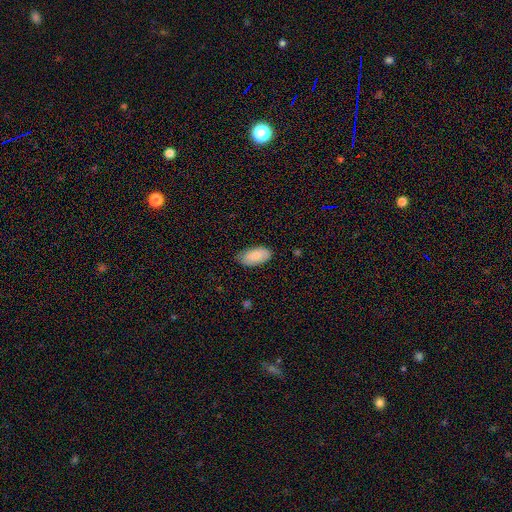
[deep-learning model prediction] Morphology: type=smooth (86%); roundness=in between (94%); merging=none (75%).